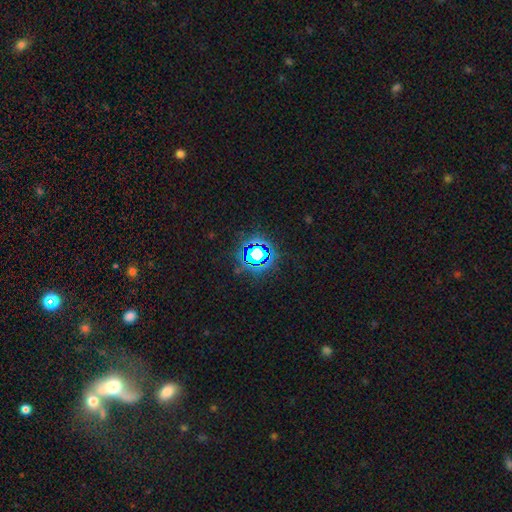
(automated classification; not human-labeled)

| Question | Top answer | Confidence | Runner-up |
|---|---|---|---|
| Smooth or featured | star or artifact | 72% | smooth (17%) |